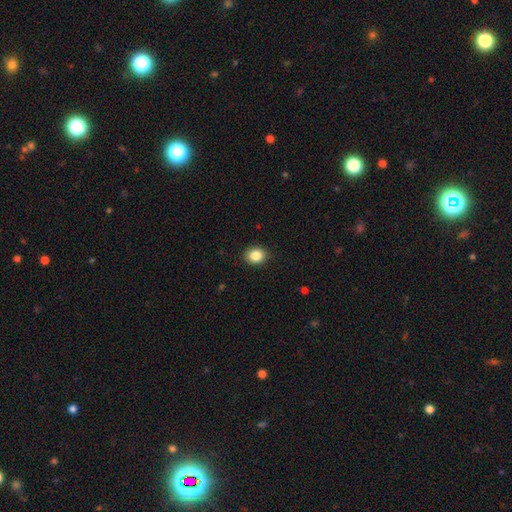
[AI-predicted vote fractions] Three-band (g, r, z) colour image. It shows a smooth galaxy with no disk features (85%) that is round (61%). Merging: none (90%).